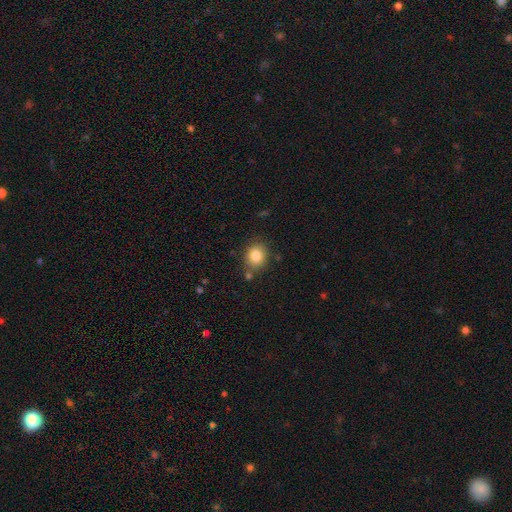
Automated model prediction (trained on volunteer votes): Q: Smooth or featured?
A: smooth (84%); runner-up: star or artifact (10%)
Q: How rounded?
A: round (63%); runner-up: in between (36%)
Q: Merging?
A: none (79%); runner-up: minor disturbance (12%)